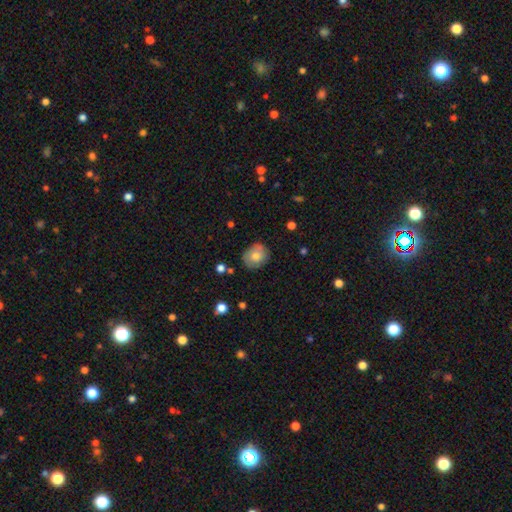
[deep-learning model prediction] Smooth or featured? Predicted: smooth (p=0.73). How rounded? Predicted: round (p=0.63). Merging? Predicted: none (p=0.77).